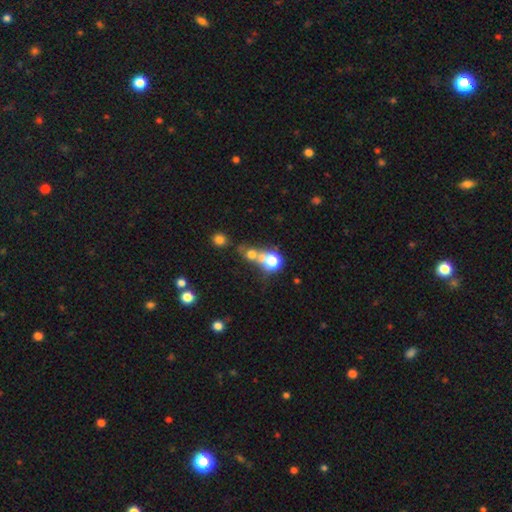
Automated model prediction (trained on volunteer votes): Smooth or featured?
  - smooth: 59% *
  - star or artifact: 25%
  - featured or disk: 16%
How rounded?
  - round: 81% *
  - in between: 17%
  - cigar-shaped: 2%
Merging?
  - merger: 45% *
  - none: 41%
  - minor disturbance: 8%
  - major disturbance: 6%